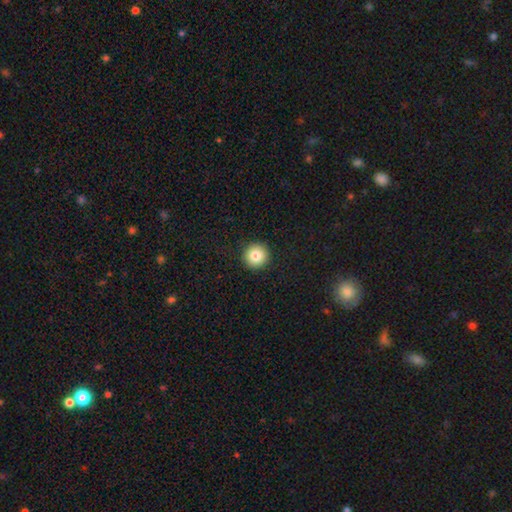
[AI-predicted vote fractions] Smooth or featured? smooth (83%)
How rounded? round (96%)
Merging? none (93%)